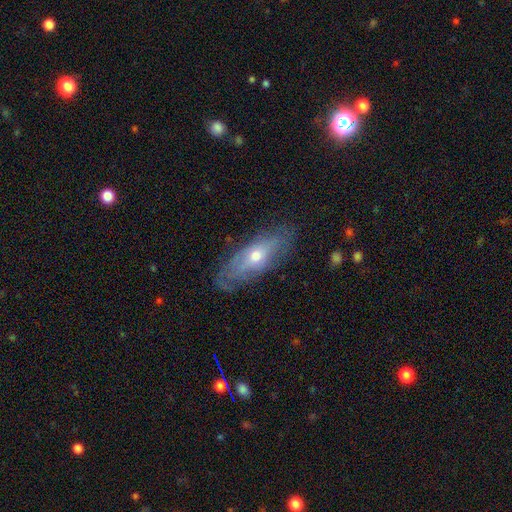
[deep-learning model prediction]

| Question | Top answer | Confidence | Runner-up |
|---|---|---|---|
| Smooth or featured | featured or disk | 59% | smooth (33%) |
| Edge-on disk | no | 65% | yes (35%) |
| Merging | none | 76% | minor disturbance (18%) |